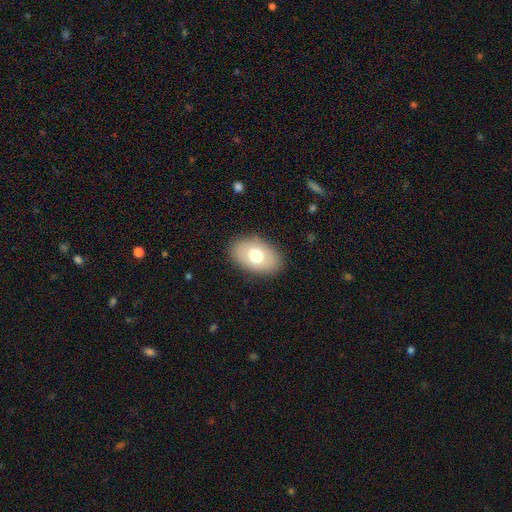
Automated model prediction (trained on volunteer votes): Smooth or featured: smooth — 69% (featured or disk — 23%)
How rounded: in between — 87% (round — 12%)
Merging: none — 86% (minor disturbance — 10%)